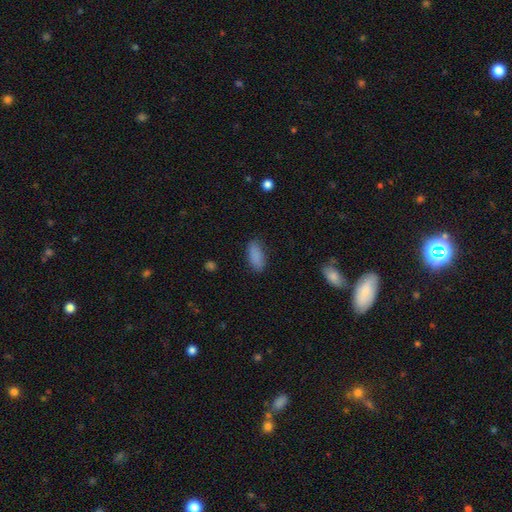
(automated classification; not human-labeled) The model was most divided on "merging": none: 84%, minor disturbance: 12%, major disturbance: 3%, merger: 1%. More confident: how rounded — in between (90%); smooth or featured — smooth (88%).